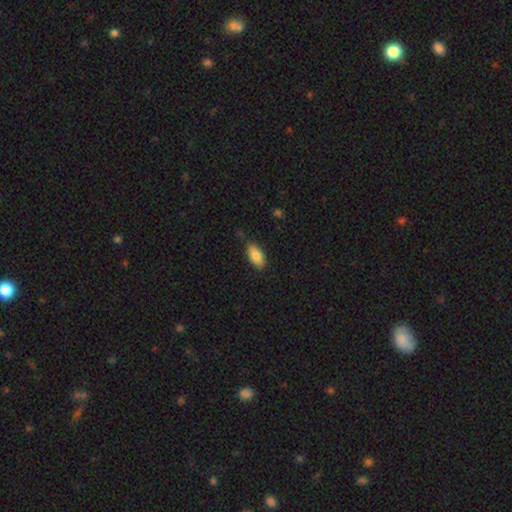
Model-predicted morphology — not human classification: The model was most divided on "merging": none: 78%, minor disturbance: 17%, major disturbance: 3%, merger: 2%. More confident: how rounded — in between (91%); smooth or featured — smooth (83%).